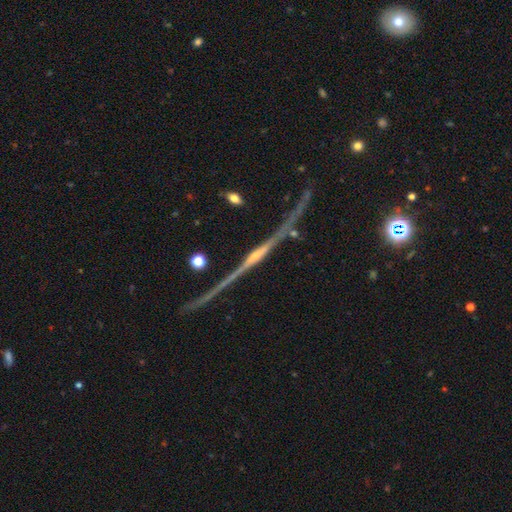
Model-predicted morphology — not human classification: Smooth or featured? Predicted: featured or disk (p=0.86). Edge-on disk? Predicted: yes (p=0.98). Edge-on bulge? Predicted: rounded (p=0.75). Merging? Predicted: none (p=0.85).